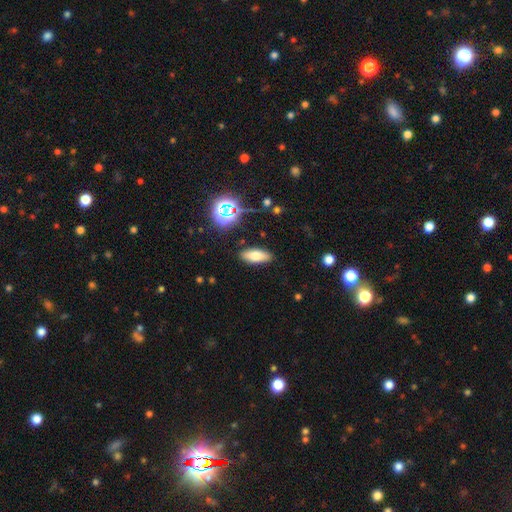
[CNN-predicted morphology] This appears to be a smooth galaxy with no disk features (70%) that is in between round and cigar-shaped (75%). Merging: none (88%).